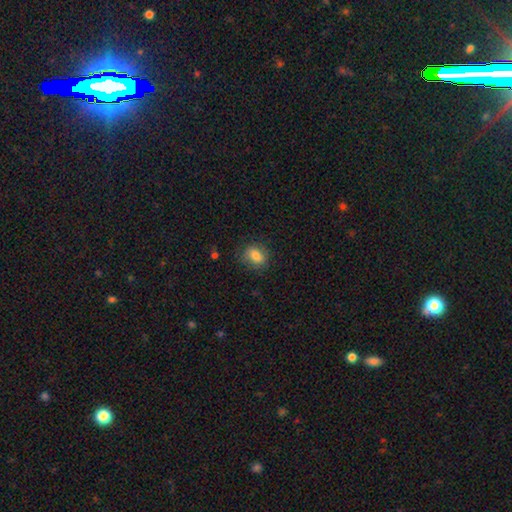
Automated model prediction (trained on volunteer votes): smooth_or_featured: smooth (p=0.82) [alt: star or artifact p=0.09]
how_rounded: in between (p=0.58) [alt: round p=0.40]
merging: none (p=0.80) [alt: minor disturbance p=0.15]